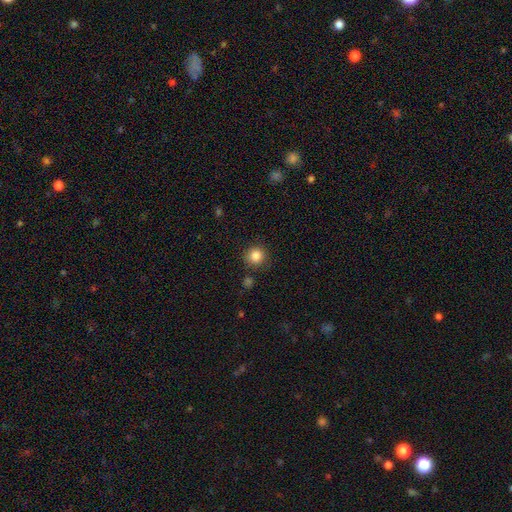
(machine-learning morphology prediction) smooth-or-featured: smooth: 85% | star or artifact: 11% | featured or disk: 4%
  how-rounded: round: 94% | in between: 5% | cigar-shaped: 1%
  merging: none: 86% | minor disturbance: 8% | merger: 3% | major disturbance: 3%